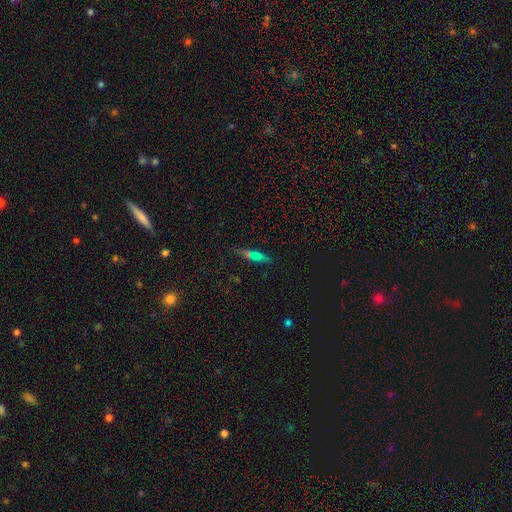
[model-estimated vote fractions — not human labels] smooth 55%, featured or disk 28%, star or artifact 17%. Down the decision tree: how rounded — cigar-shaped (73%); merging — none (75%).